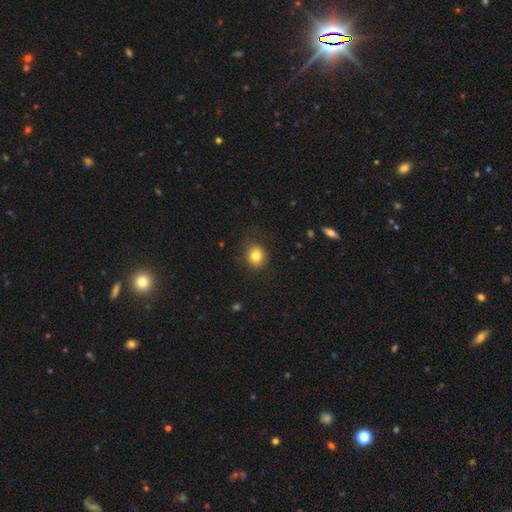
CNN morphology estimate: smooth-or-featured: smooth: 81% | star or artifact: 11% | featured or disk: 8%
  how-rounded: round: 79% | in between: 20% | cigar-shaped: 1%
  merging: none: 81% | minor disturbance: 13% | major disturbance: 4% | merger: 1%